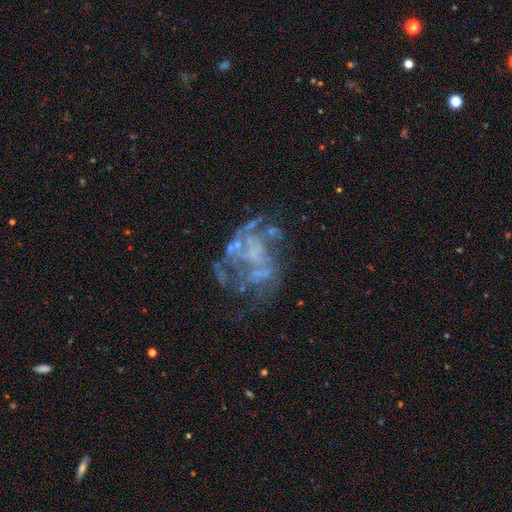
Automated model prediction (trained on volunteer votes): A featured or disk galaxy (69%) with no bar (84%), no spiral arms (71%) and no central bulge (73%).

Vote fractions:
- Smooth or featured? featured or disk: 69% / star or artifact: 20% / smooth: 11%
- Edge-on disk? no: 98% / yes: 2%
- Bar? no: 84% / weak: 12% / strong: 4%
- Spiral arms? no: 71% / yes: 29%
- Bulge size? none: 73% / small: 16% / moderate: 8% / large: 2% / dominant: 1%
- Merging? none: 43% / major disturbance: 33% / minor disturbance: 16% / merger: 8%